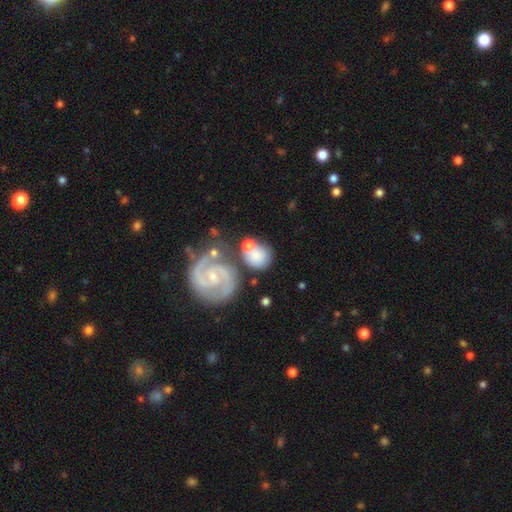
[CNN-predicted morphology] Q: Smooth or featured?
A: smooth (48%); runner-up: featured or disk (45%)
Q: Merging?
A: none (54%); runner-up: merger (23%)